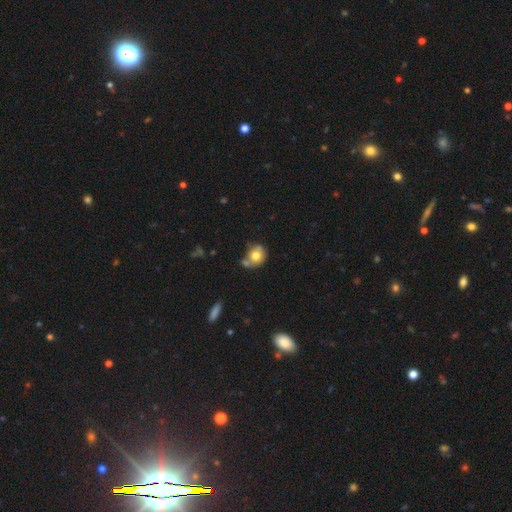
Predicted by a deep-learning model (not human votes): Smooth or featured? smooth (73%)
How rounded? round (68%)
Merging? none (44%)